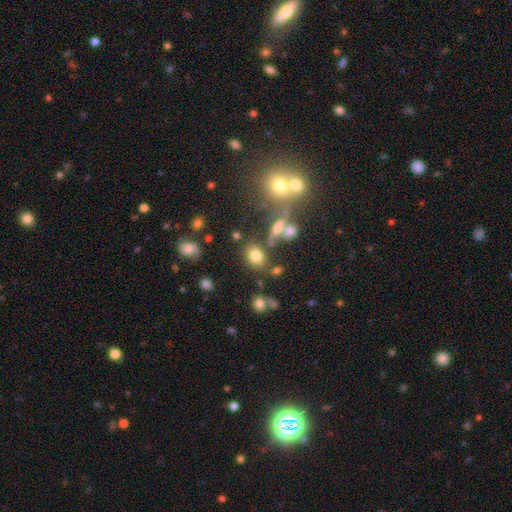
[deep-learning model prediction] Morphology: type=smooth (76%); roundness=in between (57%); merging=none (68%).